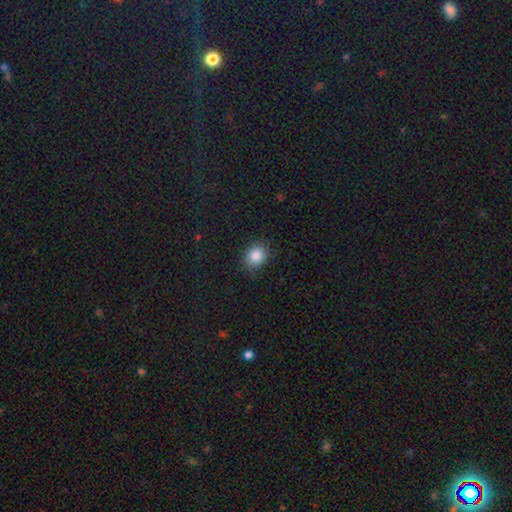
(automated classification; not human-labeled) Morphology: type=smooth (86%); roundness=round (60%); merging=none (84%).